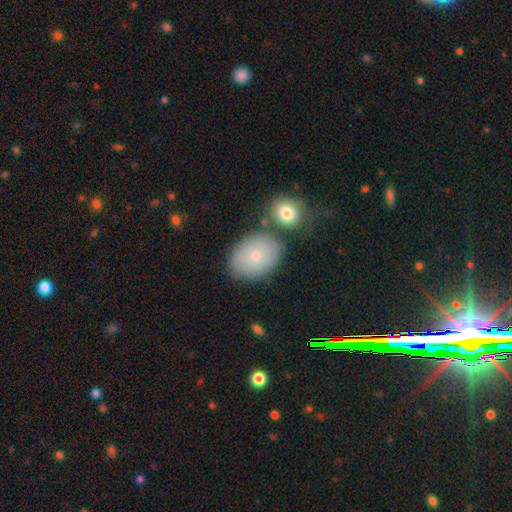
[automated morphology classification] type=smooth (74%); roundness=in between (71%); merging=none (71%).